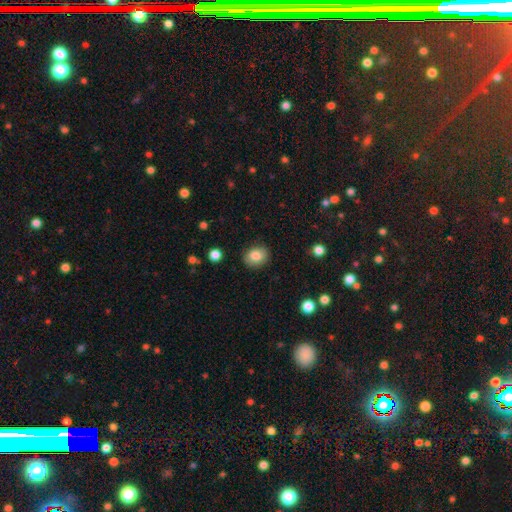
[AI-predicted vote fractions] Smooth or featured: smooth — 84% (star or artifact — 9%)
How rounded: in between — 51% (round — 48%)
Merging: none — 87% (minor disturbance — 10%)